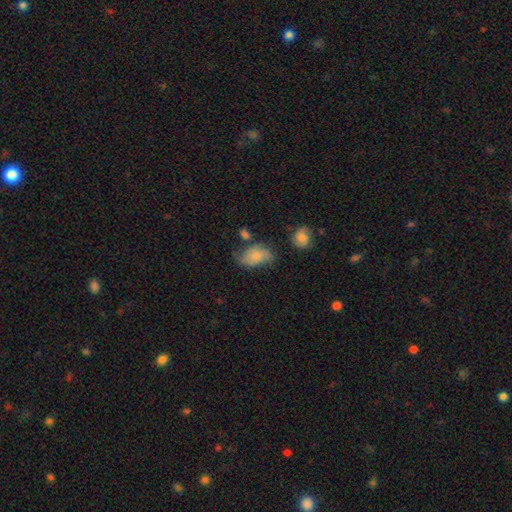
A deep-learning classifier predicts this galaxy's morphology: smooth-or-featured: smooth: 61% | featured or disk: 30% | star or artifact: 9%
  how-rounded: in between: 86% | round: 12% | cigar-shaped: 2%
  merging: none: 42% | minor disturbance: 33% | major disturbance: 17% | merger: 8%